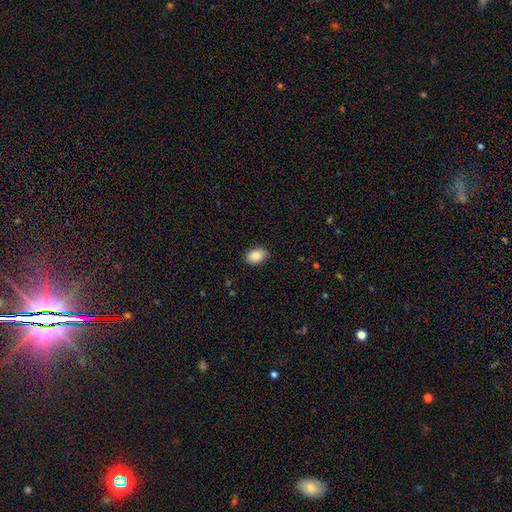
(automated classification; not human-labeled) smooth-or-featured: smooth: 87% | star or artifact: 7% | featured or disk: 5%
  how-rounded: in between: 87% | round: 12% | cigar-shaped: 1%
  merging: none: 88% | minor disturbance: 9% | major disturbance: 2% | merger: 1%